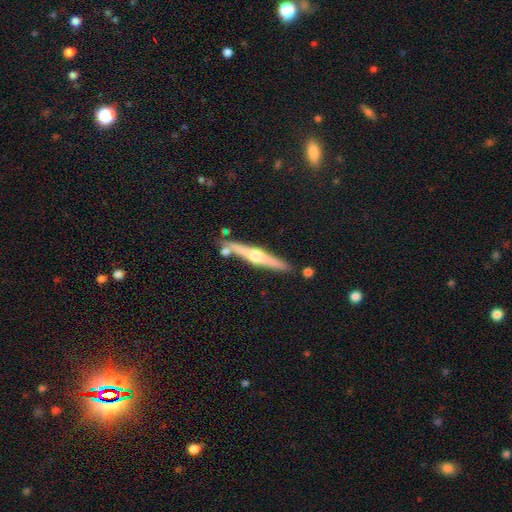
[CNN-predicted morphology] Q: Smooth or featured?
A: featured or disk (71%); runner-up: smooth (23%)
Q: Edge-on disk?
A: yes (97%); runner-up: no (3%)
Q: Edge-on bulge?
A: rounded (94%); runner-up: none (3%)
Q: Merging?
A: none (80%); runner-up: minor disturbance (10%)